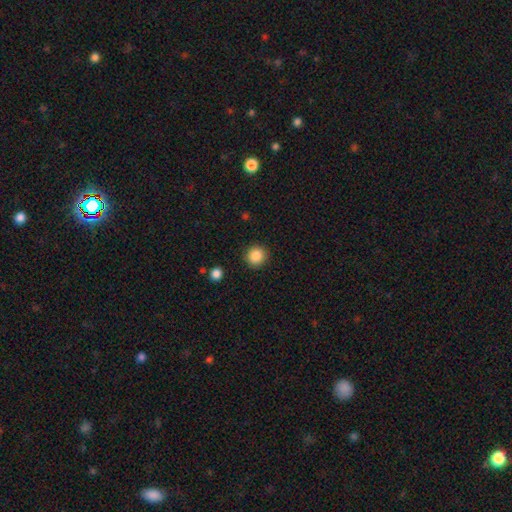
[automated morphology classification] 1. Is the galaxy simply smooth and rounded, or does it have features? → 87% smooth, 10% star or artifact, 4% featured or disk.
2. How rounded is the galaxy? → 91% round, 8% in between, 1% cigar-shaped.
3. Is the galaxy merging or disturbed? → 90% none, 6% minor disturbance, 2% major disturbance, 1% merger.